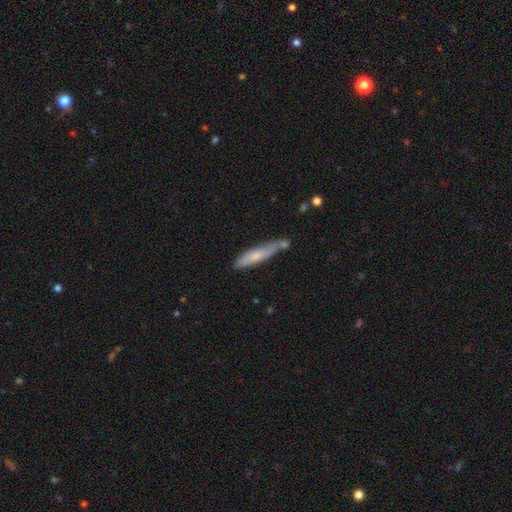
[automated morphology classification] This appears to be a smooth galaxy with no disk features (62%) that is cigar-shaped (86%). Merging: none (60%).